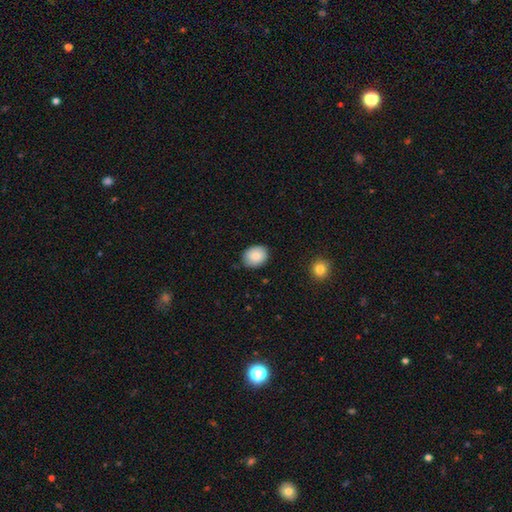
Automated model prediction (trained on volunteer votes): Morphology: type=smooth (88%); roundness=in between (52%); merging=none (83%).